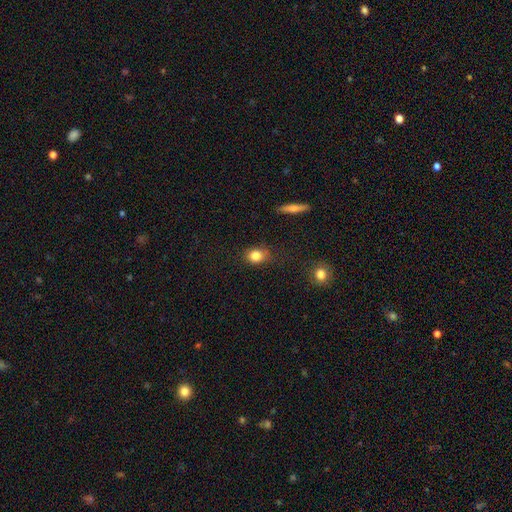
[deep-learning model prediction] Smooth or featured? smooth (83%)
How rounded? round (58%)
Merging? none (73%)